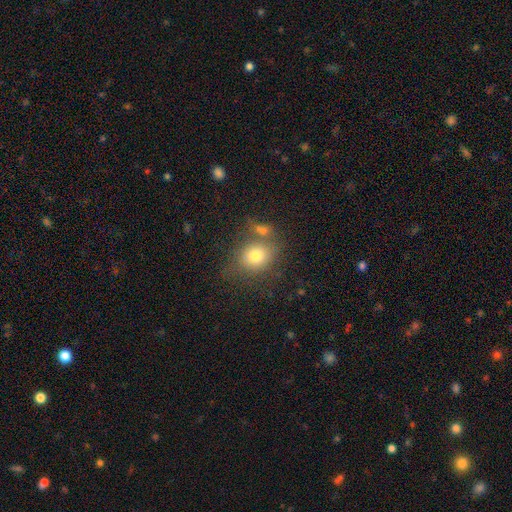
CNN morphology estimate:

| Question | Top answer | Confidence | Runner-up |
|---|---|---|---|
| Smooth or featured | smooth | 76% | featured or disk (13%) |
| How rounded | round | 58% | in between (41%) |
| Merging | none | 59% | merger (18%) |